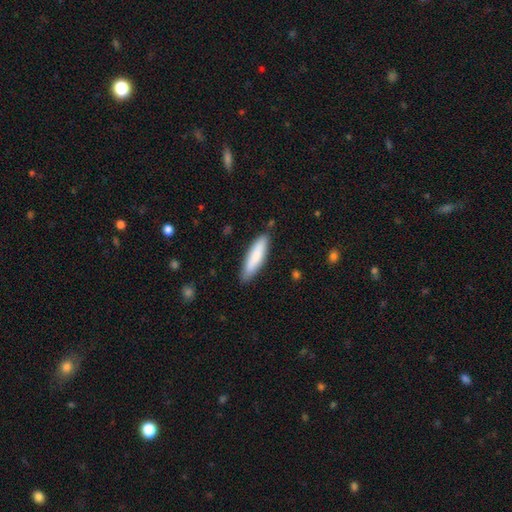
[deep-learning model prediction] A smooth galaxy with no disk features (82%) that is cigar-shaped (68%). Merging: none (85%).